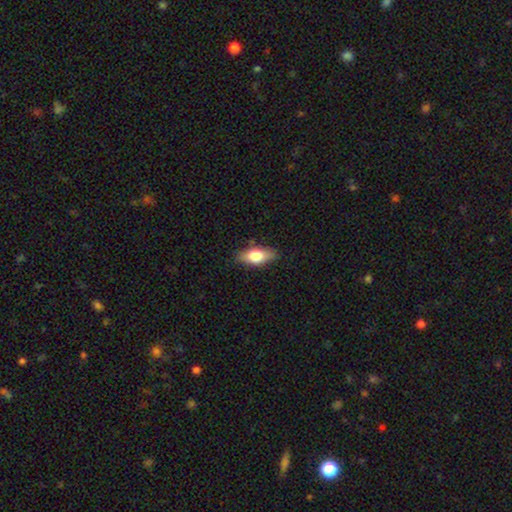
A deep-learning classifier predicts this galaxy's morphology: A smooth galaxy with no disk features (66%) that is in between round and cigar-shaped (78%).

Vote fractions:
- Smooth or featured? smooth: 66% / featured or disk: 27% / star or artifact: 7%
- How rounded? in between: 78% / cigar-shaped: 18% / round: 5%
- Merging? none: 83% / minor disturbance: 13% / major disturbance: 3% / merger: 1%